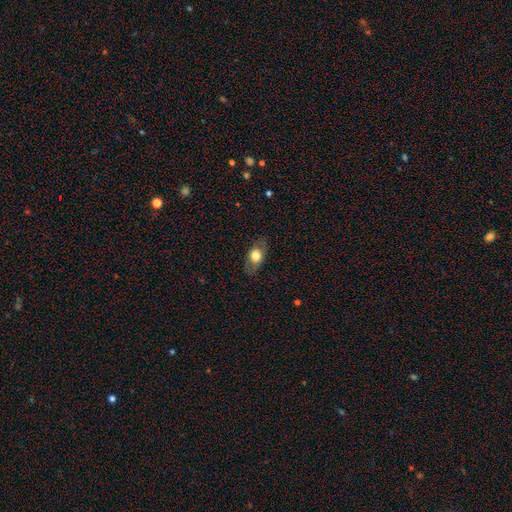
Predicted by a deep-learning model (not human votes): Smooth or featured?
  - smooth: 65% *
  - featured or disk: 28%
  - star or artifact: 7%
How rounded?
  - in between: 80% *
  - round: 15%
  - cigar-shaped: 5%
Merging?
  - none: 79% *
  - minor disturbance: 15%
  - major disturbance: 5%
  - merger: 1%